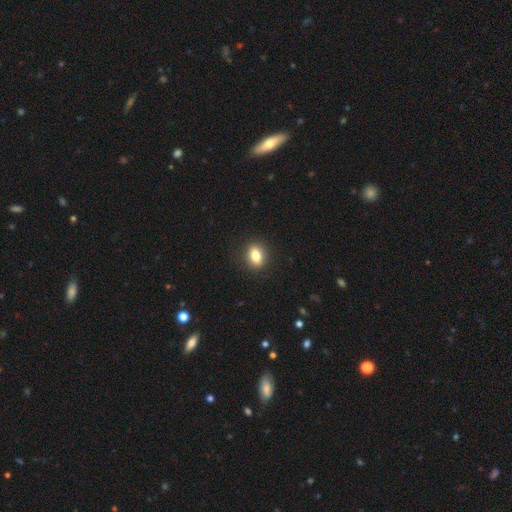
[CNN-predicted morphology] A smooth galaxy with no disk features (80%) that is in between round and cigar-shaped (68%).

Vote fractions:
- Smooth or featured? smooth: 80% / featured or disk: 11% / star or artifact: 9%
- How rounded? in between: 68% / round: 29% / cigar-shaped: 3%
- Merging? none: 90% / minor disturbance: 7% / major disturbance: 2% / merger: 1%